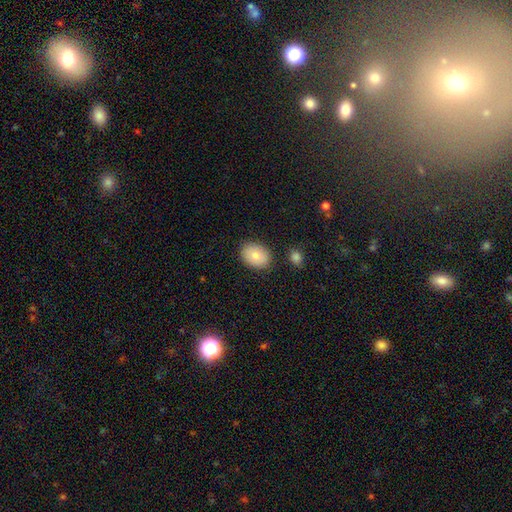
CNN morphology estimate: type=smooth (78%); roundness=in between (68%); merging=none (84%).